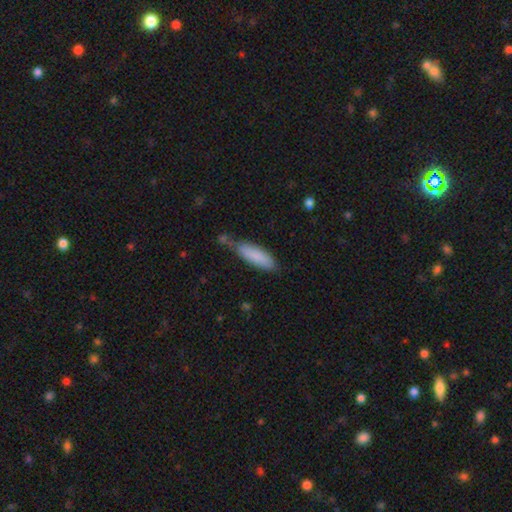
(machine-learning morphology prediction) The model was most divided on "how rounded": cigar-shaped: 52%, in between: 47%, round: 1%. More confident: smooth or featured — smooth (85%); merging — none (64%).